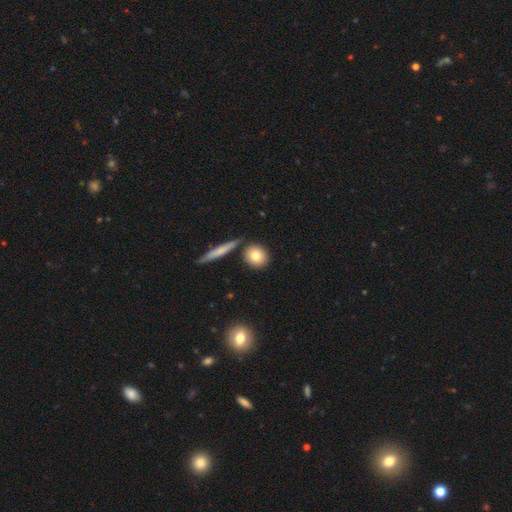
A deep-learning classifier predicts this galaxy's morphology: Smooth or featured? smooth (79%)
How rounded? round (75%)
Merging? none (81%)